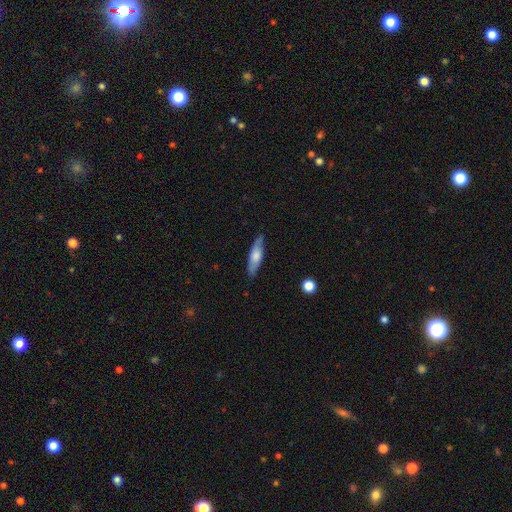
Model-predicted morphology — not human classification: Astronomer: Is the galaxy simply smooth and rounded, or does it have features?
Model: smooth — 58% (runner-up: featured or disk, 37%).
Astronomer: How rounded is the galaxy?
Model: cigar-shaped — 63%.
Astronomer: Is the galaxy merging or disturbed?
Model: none — 82%.